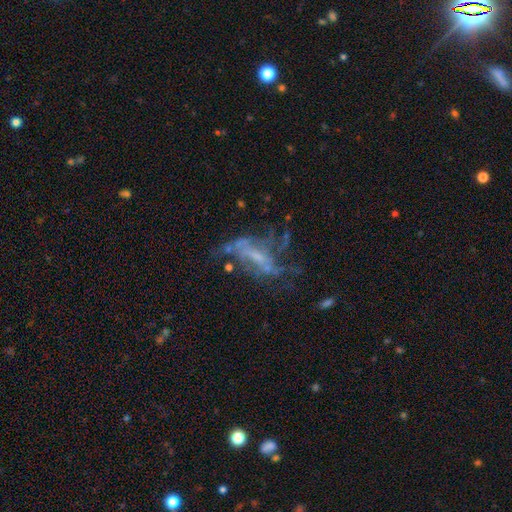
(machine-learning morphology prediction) featured or disk 70%, star or artifact 16%, smooth 14%. Down the decision tree: edge-on disk — no (91%); bar — no (47%); spiral arms — yes (53%); bulge size — small (46%); merging — none (41%).